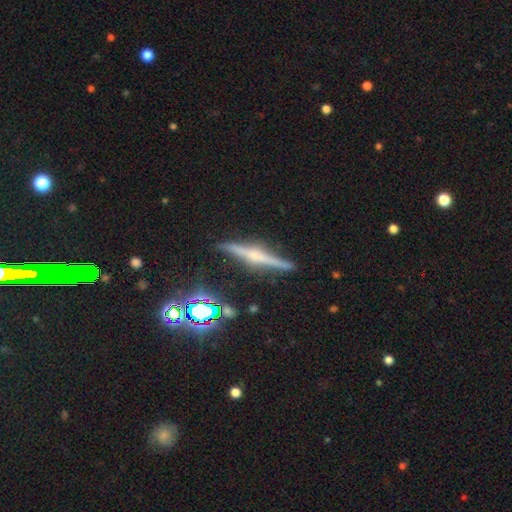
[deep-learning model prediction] Smooth or featured?
  - featured or disk: 72% *
  - smooth: 16%
  - star or artifact: 12%
Edge-on disk?
  - yes: 97% *
  - no: 3%
Edge-on bulge?
  - rounded: 74% *
  - boxy: 15%
  - none: 11%
Merging?
  - none: 88% *
  - minor disturbance: 9%
  - major disturbance: 2%
  - merger: 2%